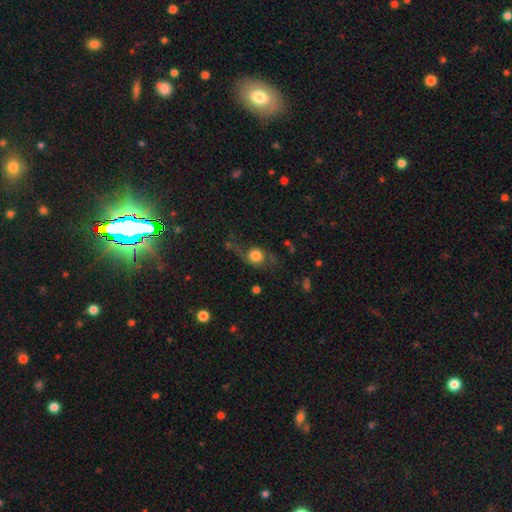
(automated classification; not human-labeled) smooth 51%, featured or disk 40%, star or artifact 10%. Down the decision tree: how rounded — round (73%); merging — none (47%).